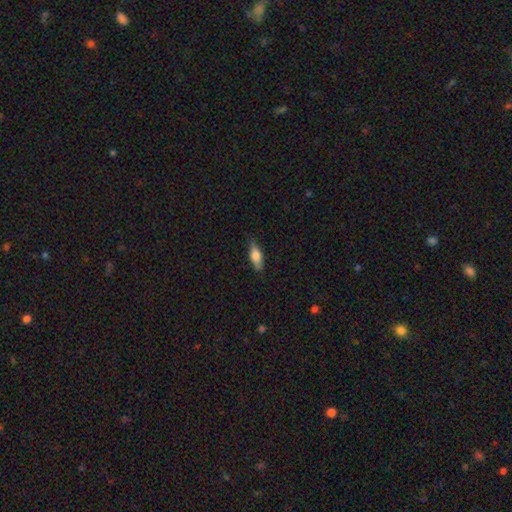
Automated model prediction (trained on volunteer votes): smooth 72%, featured or disk 21%, star or artifact 6%. Down the decision tree: how rounded — in between (63%); merging — none (78%).